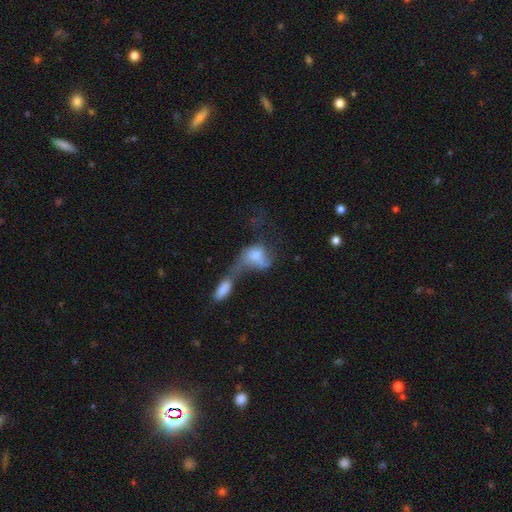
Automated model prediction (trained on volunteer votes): A smooth galaxy with no disk features (54%) that is in between round and cigar-shaped (72%).

Vote fractions:
- Smooth or featured? smooth: 54% / featured or disk: 36% / star or artifact: 10%
- How rounded? in between: 72% / round: 23% / cigar-shaped: 5%
- Merging? merger: 67% / major disturbance: 18% / none: 9% / minor disturbance: 6%